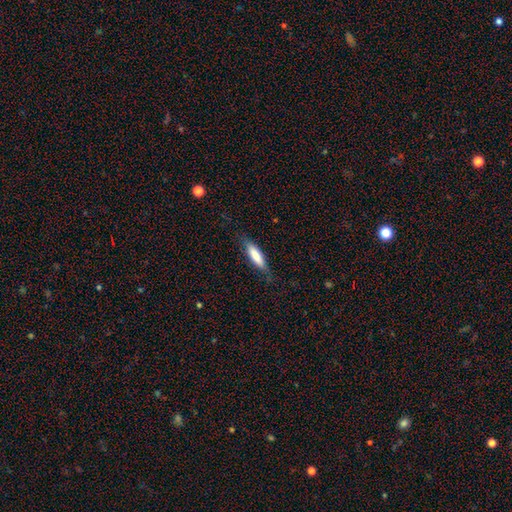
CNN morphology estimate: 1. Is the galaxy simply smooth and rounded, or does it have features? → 75% smooth, 19% featured or disk, 6% star or artifact.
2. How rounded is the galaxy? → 68% cigar-shaped, 30% in between, 1% round.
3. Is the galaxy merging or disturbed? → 78% none, 17% minor disturbance, 4% major disturbance, 1% merger.